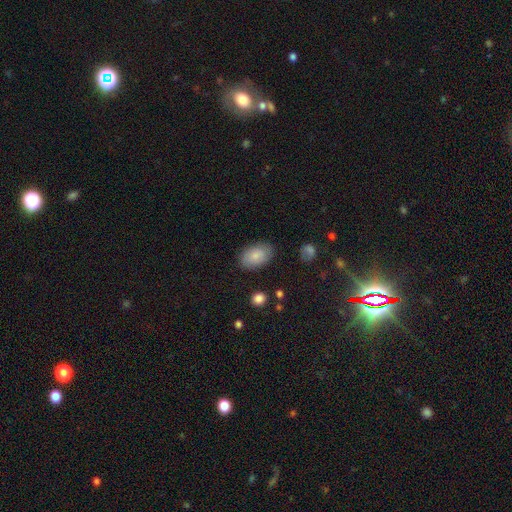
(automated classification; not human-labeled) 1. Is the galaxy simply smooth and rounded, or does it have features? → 84% smooth, 9% featured or disk, 7% star or artifact.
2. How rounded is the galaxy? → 92% in between, 7% round, 1% cigar-shaped.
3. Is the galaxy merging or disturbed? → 84% none, 12% minor disturbance, 3% major disturbance, 1% merger.